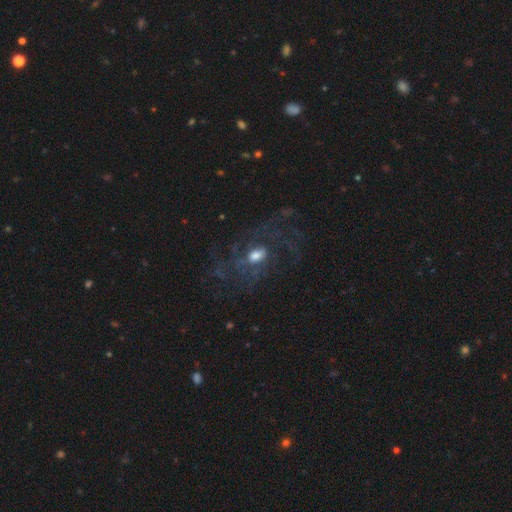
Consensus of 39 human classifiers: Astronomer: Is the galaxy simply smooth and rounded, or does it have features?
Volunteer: featured or disk — 67%.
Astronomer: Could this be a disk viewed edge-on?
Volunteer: no — 92%.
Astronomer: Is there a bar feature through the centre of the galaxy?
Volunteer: no — 58%.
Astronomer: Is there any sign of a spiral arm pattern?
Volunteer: yes — 96%.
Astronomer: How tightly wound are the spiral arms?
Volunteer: medium — 43% (runner-up: loose, 30%).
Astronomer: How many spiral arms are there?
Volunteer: can't tell — 52%.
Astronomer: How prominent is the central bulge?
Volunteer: moderate — 67%.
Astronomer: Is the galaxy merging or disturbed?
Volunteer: none — 46% (runner-up: major disturbance, 34%).